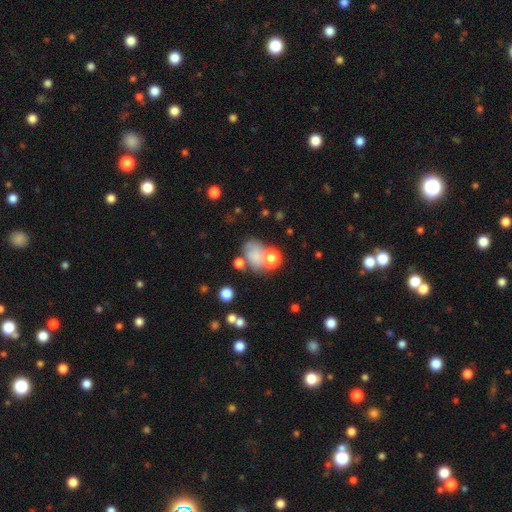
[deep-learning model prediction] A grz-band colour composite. It shows a smooth galaxy with no disk features (64%) that is in between round and cigar-shaped (62%). Merging: none (38%).